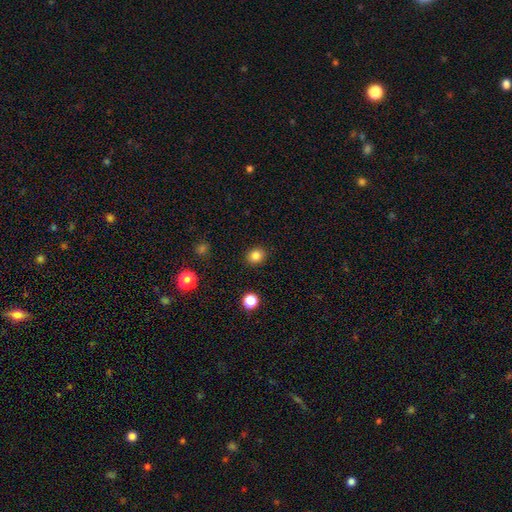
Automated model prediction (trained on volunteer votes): Overall: smooth (83%). How rounded: round (70%). Merging: none (89%).